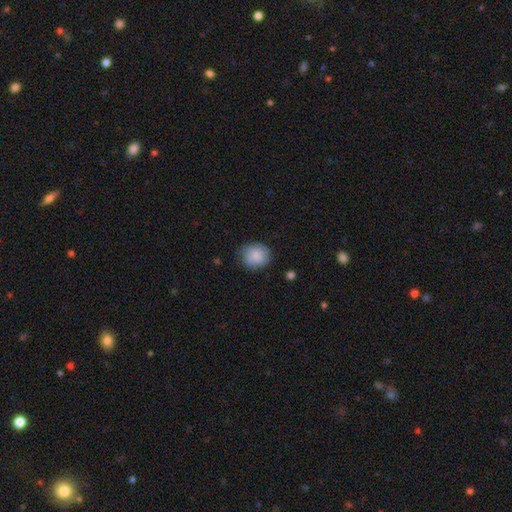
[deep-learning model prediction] Smooth or featured: smooth — 81% (featured or disk — 12%)
How rounded: round — 78% (in between — 21%)
Merging: none — 74% (minor disturbance — 20%)